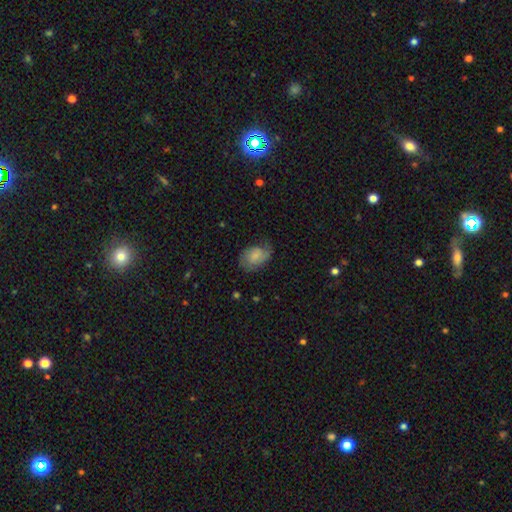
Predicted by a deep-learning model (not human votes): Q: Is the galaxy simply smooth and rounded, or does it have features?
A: smooth — 60%.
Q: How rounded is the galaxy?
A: in between — 79%.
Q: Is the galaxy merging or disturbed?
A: none — 55%.